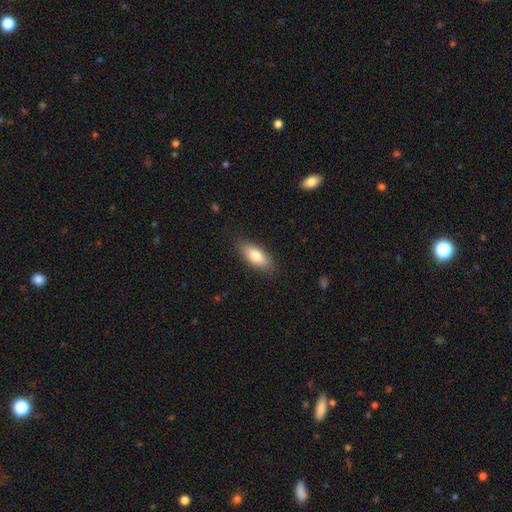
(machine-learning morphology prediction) A smooth galaxy with no disk features (78%) that is in between round and cigar-shaped (80%).

Vote fractions:
- Smooth or featured? smooth: 78% / featured or disk: 15% / star or artifact: 7%
- How rounded? in between: 80% / cigar-shaped: 17% / round: 3%
- Merging? none: 85% / minor disturbance: 11% / major disturbance: 3% / merger: 1%